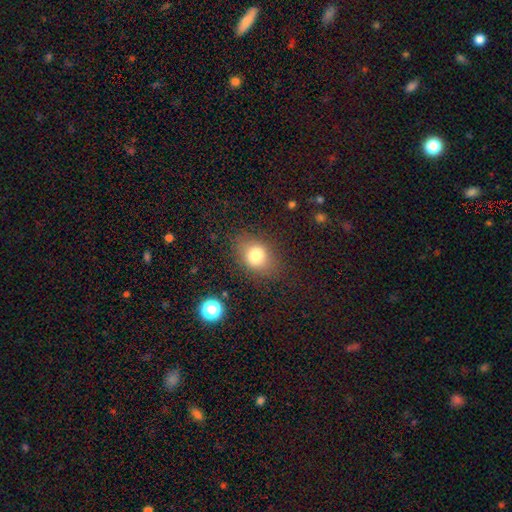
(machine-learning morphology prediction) Q: Smooth or featured?
A: smooth (78%); runner-up: star or artifact (12%)
Q: How rounded?
A: in between (61%); runner-up: round (38%)
Q: Merging?
A: none (77%); runner-up: minor disturbance (15%)